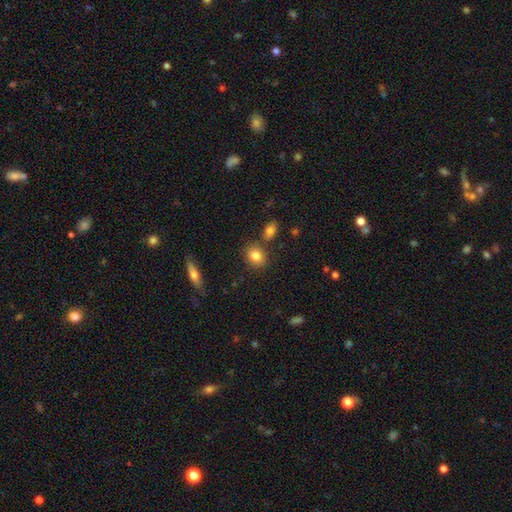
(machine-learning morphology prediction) A smooth galaxy with no disk features (84%) that is round (50%). Merging: none (75%).